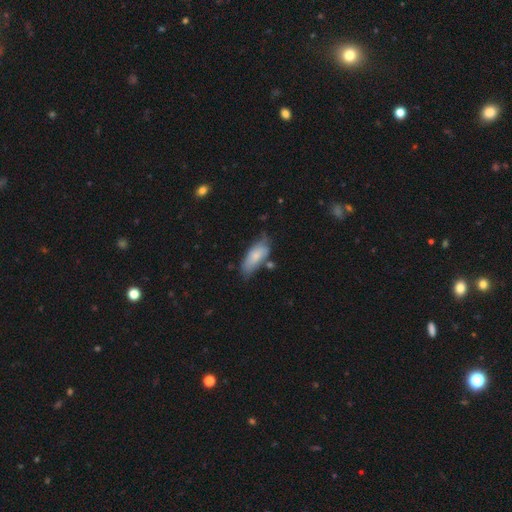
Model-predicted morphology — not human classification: A smooth galaxy with no disk features (75%) that is in between round and cigar-shaped (79%).

Vote fractions:
- Smooth or featured? smooth: 75% / featured or disk: 19% / star or artifact: 6%
- How rounded? in between: 79% / cigar-shaped: 19% / round: 2%
- Merging? none: 51% / minor disturbance: 33% / major disturbance: 9% / merger: 8%